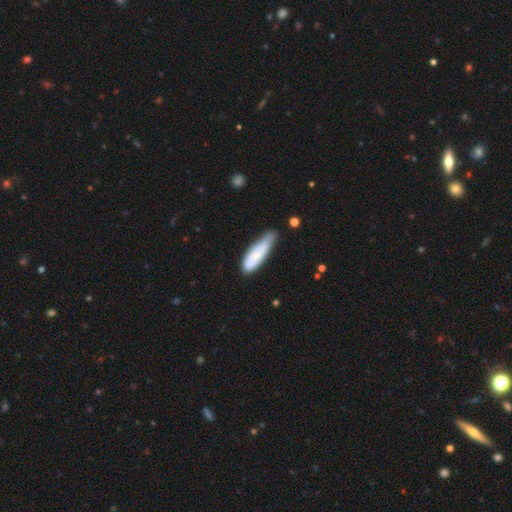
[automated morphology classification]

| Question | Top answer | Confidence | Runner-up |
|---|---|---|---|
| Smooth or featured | smooth | 68% | featured or disk (26%) |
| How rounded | cigar-shaped | 54% | in between (44%) |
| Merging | none | 48% | minor disturbance (39%) |